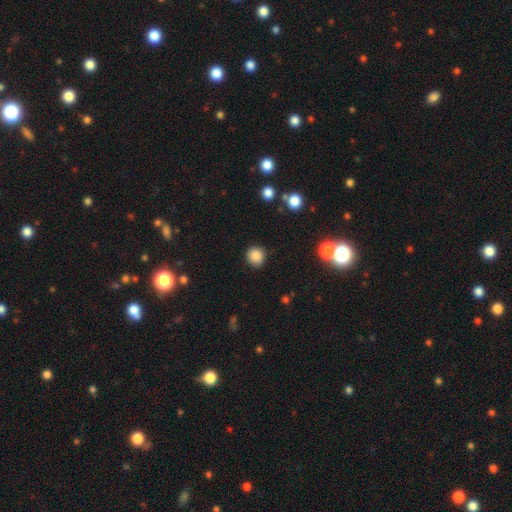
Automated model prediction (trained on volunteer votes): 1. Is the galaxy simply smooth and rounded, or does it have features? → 86% smooth, 11% star or artifact, 4% featured or disk.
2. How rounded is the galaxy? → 89% round, 10% in between, 1% cigar-shaped.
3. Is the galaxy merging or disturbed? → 88% none, 8% minor disturbance, 2% major disturbance, 1% merger.